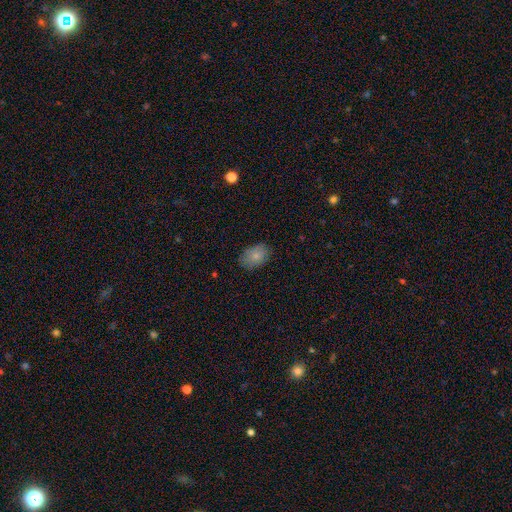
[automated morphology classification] smooth 82%, featured or disk 10%, star or artifact 8%. Down the decision tree: how rounded — in between (85%); merging — none (82%).